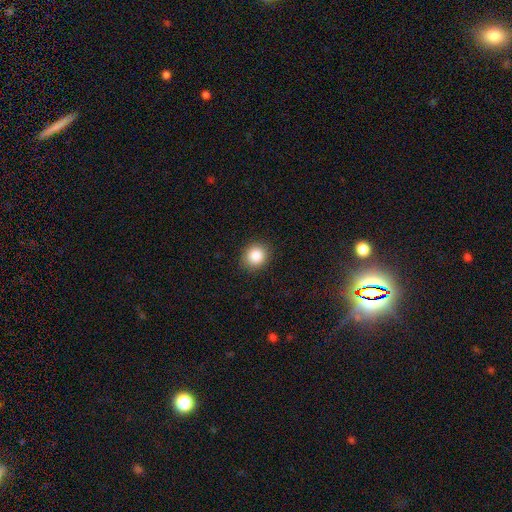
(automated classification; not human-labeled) smooth_or_featured: smooth (p=0.87) [alt: star or artifact p=0.09]
how_rounded: round (p=0.81) [alt: in between p=0.18]
merging: none (p=0.90) [alt: minor disturbance p=0.07]